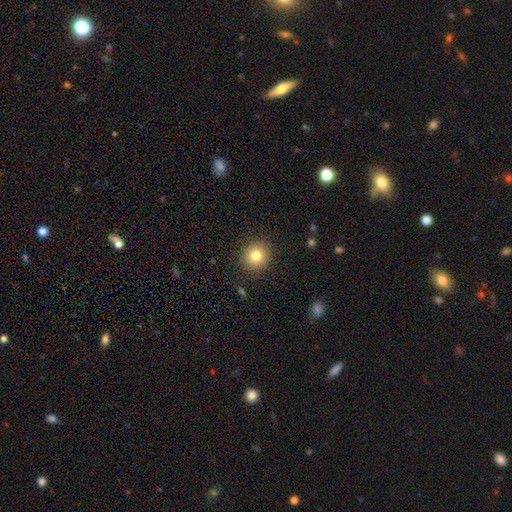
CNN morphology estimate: type=smooth (80%); roundness=round (91%); merging=none (90%).